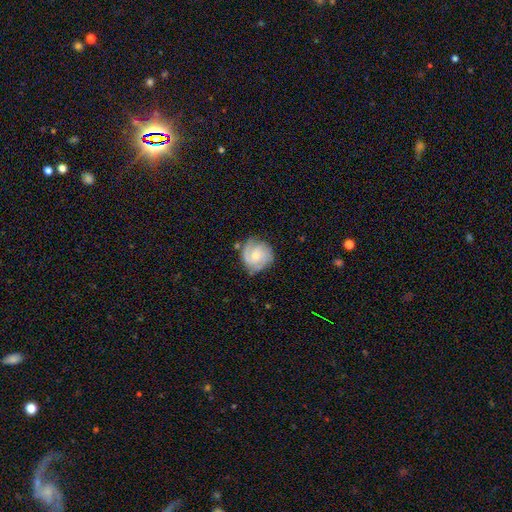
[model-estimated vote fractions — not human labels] Q: Smooth or featured?
A: featured or disk (67%); runner-up: smooth (26%)
Q: Edge-on disk?
A: no (98%); runner-up: yes (2%)
Q: Bar?
A: no (64%); runner-up: weak (31%)
Q: Spiral arms?
A: yes (93%); runner-up: no (7%)
Q: Spiral winding?
A: tight (51%); runner-up: medium (37%)
Q: Spiral arm count?
A: 2 (56%); runner-up: can't tell (18%)
Q: Bulge size?
A: small (47%); runner-up: moderate (45%)
Q: Merging?
A: none (72%); runner-up: minor disturbance (20%)